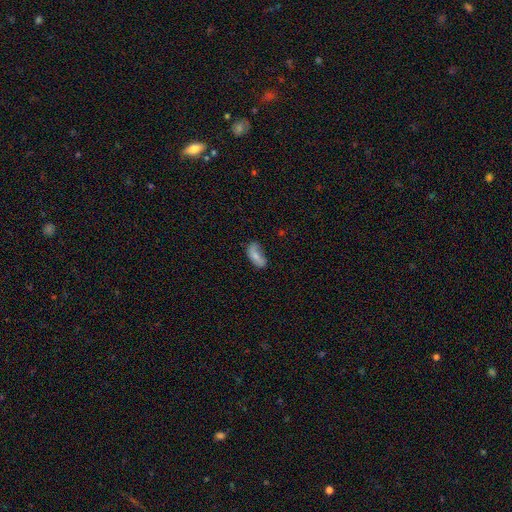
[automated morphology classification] Smooth or featured?
  - smooth: 74% *
  - featured or disk: 18%
  - star or artifact: 8%
How rounded?
  - in between: 86% *
  - cigar-shaped: 11%
  - round: 3%
Merging?
  - none: 43% *
  - minor disturbance: 33%
  - major disturbance: 18%
  - merger: 6%